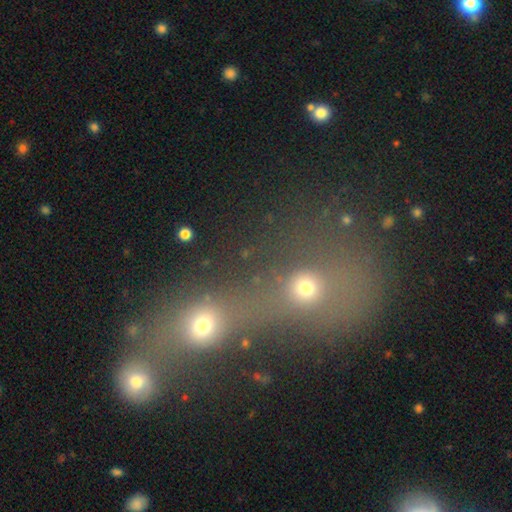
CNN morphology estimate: Smooth or featured: smooth — 50% (star or artifact — 32%)
How rounded: round — 70% (in between — 27%)
Merging: merger — 77% (none — 15%)